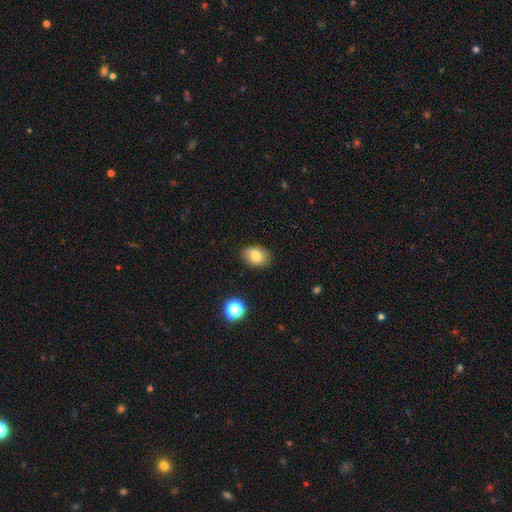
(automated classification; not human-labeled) smooth-or-featured: smooth: 81% | star or artifact: 10% | featured or disk: 9%
  how-rounded: in between: 78% | round: 21% | cigar-shaped: 1%
  merging: none: 84% | minor disturbance: 12% | major disturbance: 3% | merger: 1%